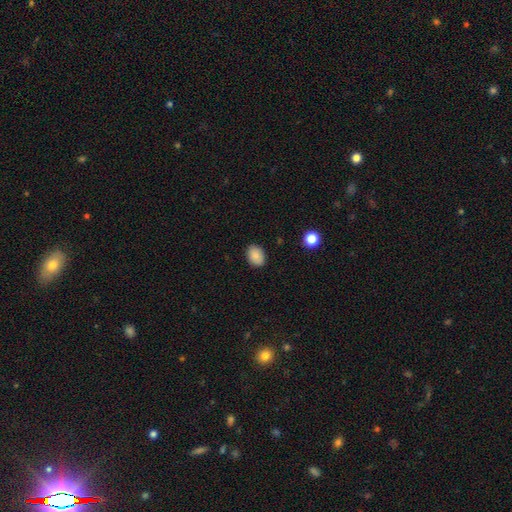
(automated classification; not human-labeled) This appears to be a smooth galaxy with no disk features (86%) that is in between round and cigar-shaped (72%). Merging: none (88%).